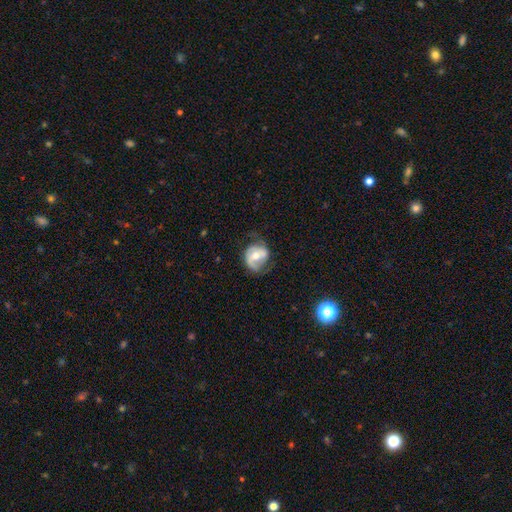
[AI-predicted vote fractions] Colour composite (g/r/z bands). It shows a featured or disk galaxy (62%) with no bar (44%), spiral arms (74%) and a moderate central bulge (69%). Merging: none (56%).